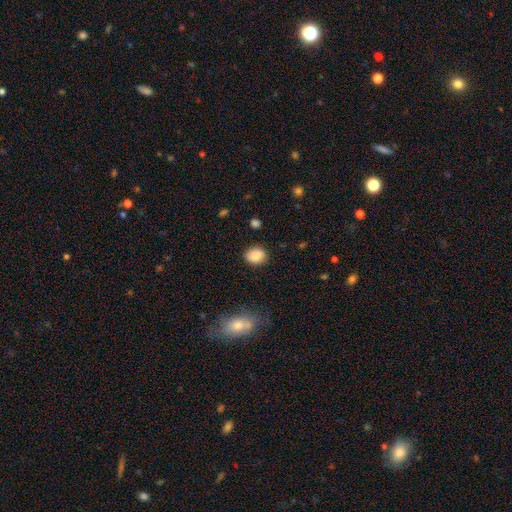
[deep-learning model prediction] Smooth or featured?
  - smooth: 86% *
  - star or artifact: 8%
  - featured or disk: 6%
How rounded?
  - in between: 51% *
  - round: 48%
  - cigar-shaped: 1%
Merging?
  - none: 82% *
  - minor disturbance: 13%
  - major disturbance: 3%
  - merger: 2%